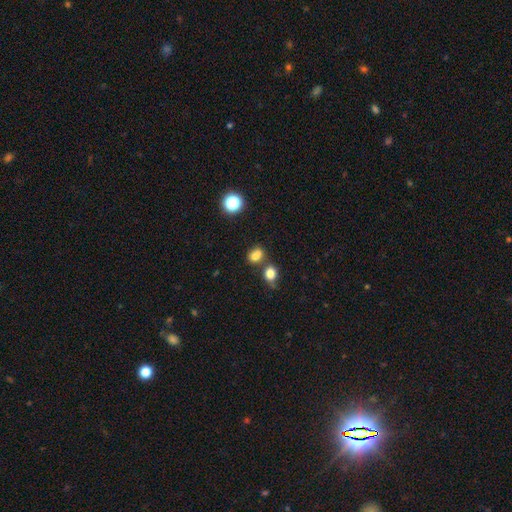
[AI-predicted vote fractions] This appears to be a smooth galaxy with no disk features (77%) that is in between round and cigar-shaped (53%). Merging: none (49%).